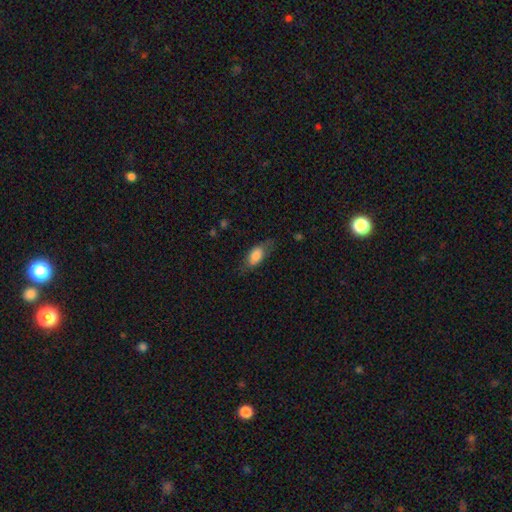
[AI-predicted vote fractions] Q: Smooth or featured?
A: smooth (74%); runner-up: featured or disk (19%)
Q: How rounded?
A: in between (84%); runner-up: cigar-shaped (12%)
Q: Merging?
A: none (65%); runner-up: minor disturbance (23%)